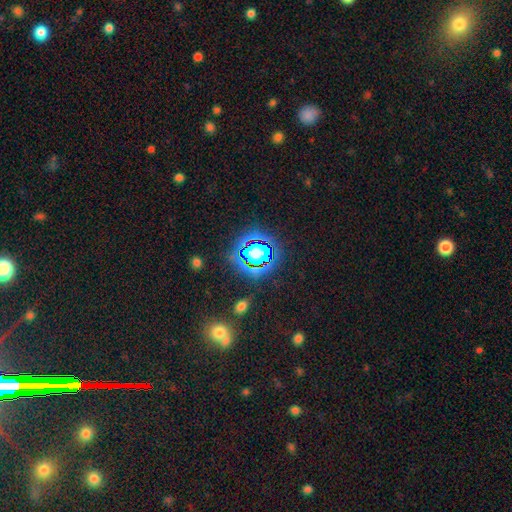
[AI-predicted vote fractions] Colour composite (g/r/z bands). It shows a star or artifact, not a galaxy (76%).